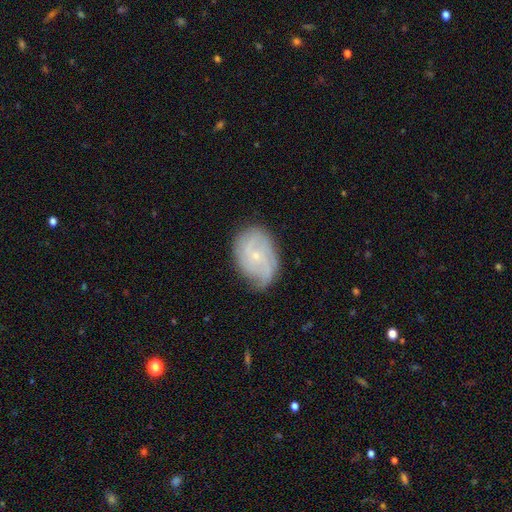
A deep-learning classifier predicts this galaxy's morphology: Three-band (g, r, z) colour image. It shows a featured or disk galaxy (72%) with no bar (70%), tight (50%) spiral arms (91%) and a small central bulge (79%). Merging: none (68%).